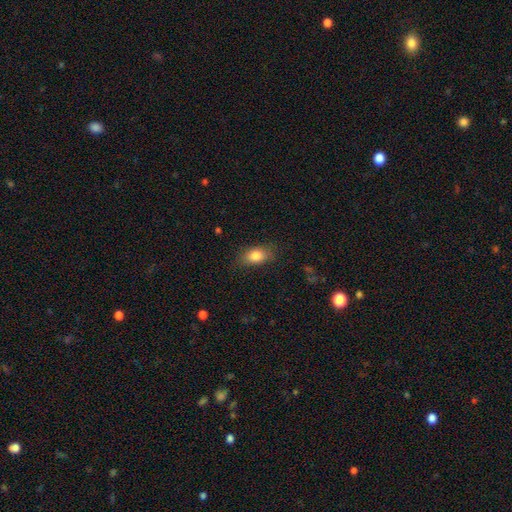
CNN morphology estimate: Smooth or featured? smooth (82%)
How rounded? in between (83%)
Merging? none (80%)